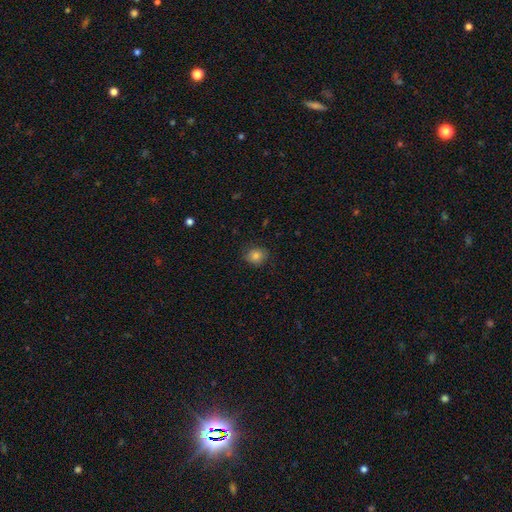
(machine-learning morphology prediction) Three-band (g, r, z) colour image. It shows a smooth galaxy with no disk features (83%) that is round (69%). Merging: none (85%).